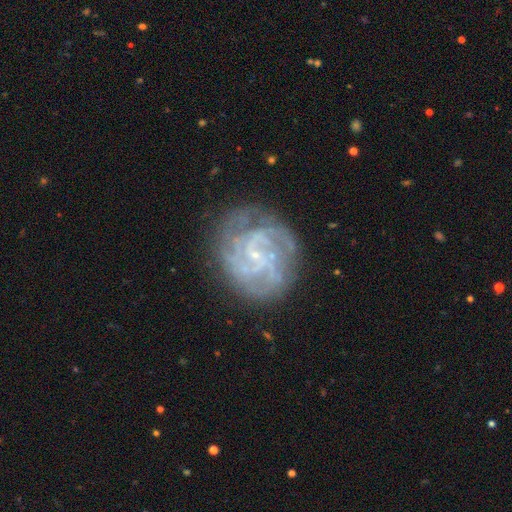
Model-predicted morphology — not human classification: type=featured or disk (86%); edge-on=no (98%); bar=no (58%); spiral arms=yes (95%); winding=tight (60%); arm count=can't tell (27%); bulge=small (83%); merging=none (76%).